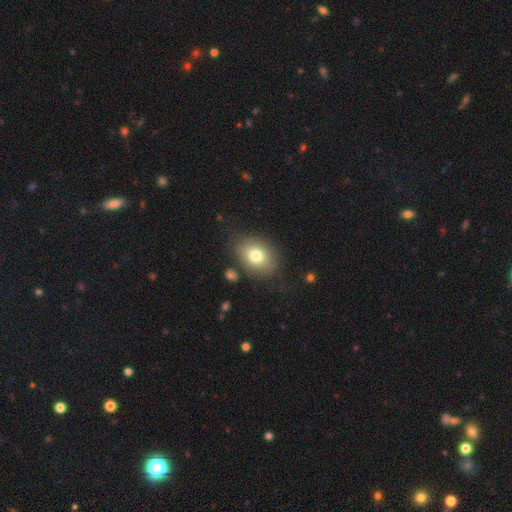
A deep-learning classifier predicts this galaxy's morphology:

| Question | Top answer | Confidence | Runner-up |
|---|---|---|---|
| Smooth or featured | smooth | 77% | featured or disk (14%) |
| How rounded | in between | 65% | round (34%) |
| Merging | none | 77% | minor disturbance (14%) |